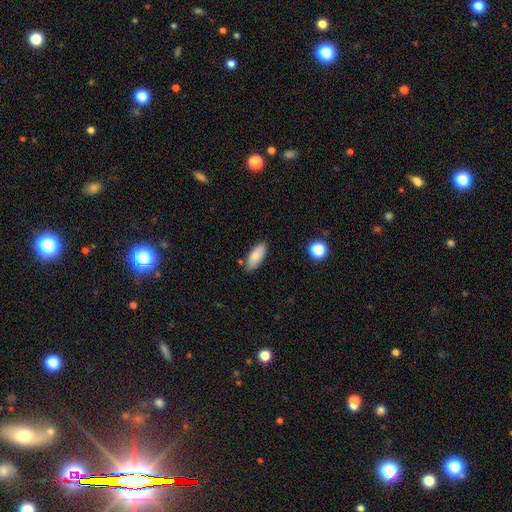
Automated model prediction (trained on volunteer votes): smooth_or_featured: smooth (p=0.84) [alt: featured or disk p=0.10]
how_rounded: in between (p=0.80) [alt: cigar-shaped p=0.18]
merging: none (p=0.82) [alt: minor disturbance p=0.13]